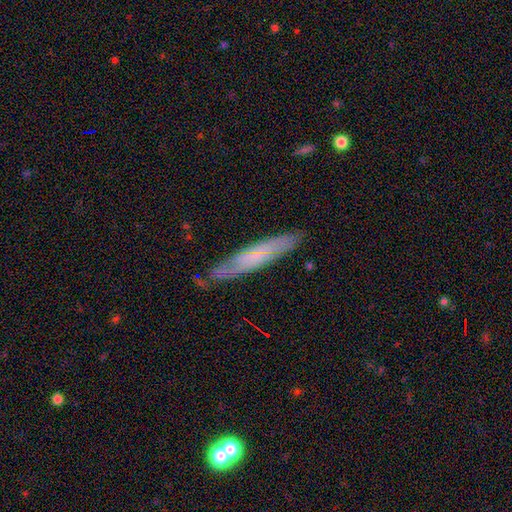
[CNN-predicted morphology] Smooth or featured?
  - featured or disk: 47% *
  - smooth: 46%
  - star or artifact: 7%
Merging?
  - none: 80% *
  - minor disturbance: 16%
  - major disturbance: 3%
  - merger: 2%